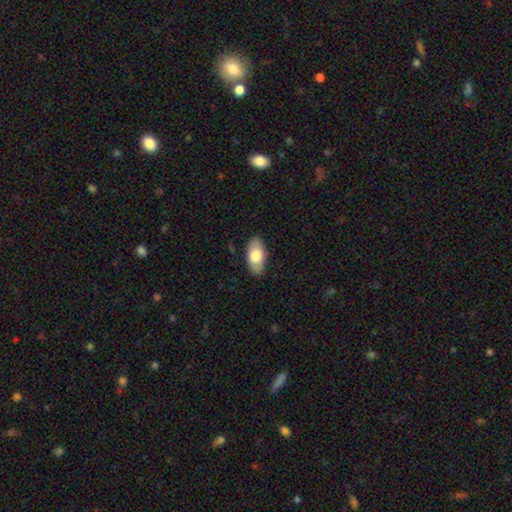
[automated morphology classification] The model was most divided on "smooth or featured": smooth: 75%, featured or disk: 19%, star or artifact: 6%. More confident: how rounded — in between (93%); merging — none (86%).